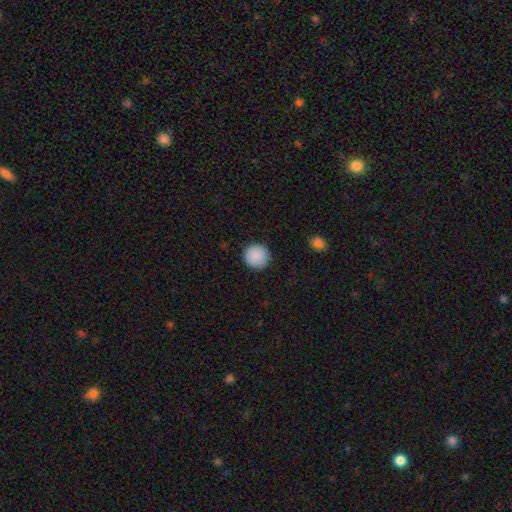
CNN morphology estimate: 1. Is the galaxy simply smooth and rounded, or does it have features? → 90% smooth, 7% star or artifact, 3% featured or disk.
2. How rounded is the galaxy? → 96% round, 3% in between, 1% cigar-shaped.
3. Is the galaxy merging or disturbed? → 92% none, 5% minor disturbance, 2% major disturbance, 1% merger.